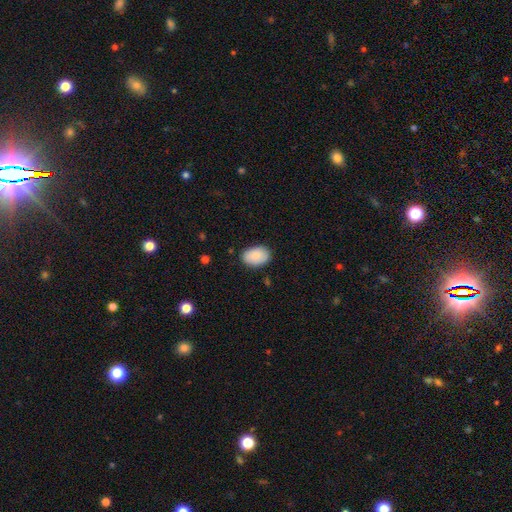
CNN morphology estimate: Q: Smooth or featured?
A: smooth (87%); runner-up: featured or disk (7%)
Q: How rounded?
A: in between (87%); runner-up: round (12%)
Q: Merging?
A: none (85%); runner-up: minor disturbance (12%)